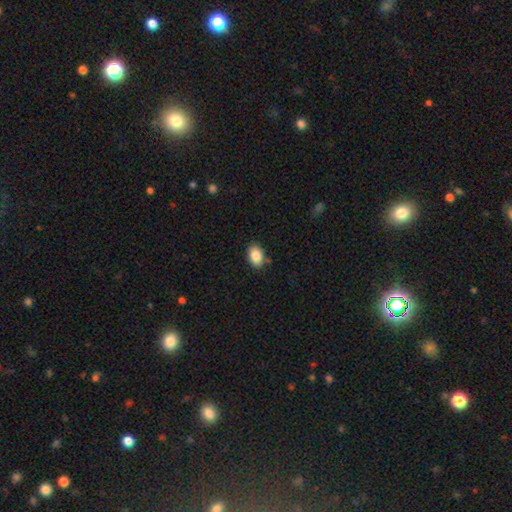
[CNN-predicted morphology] Smooth or featured: smooth — 88% (star or artifact — 8%)
How rounded: in between — 85% (round — 14%)
Merging: none — 83% (minor disturbance — 12%)